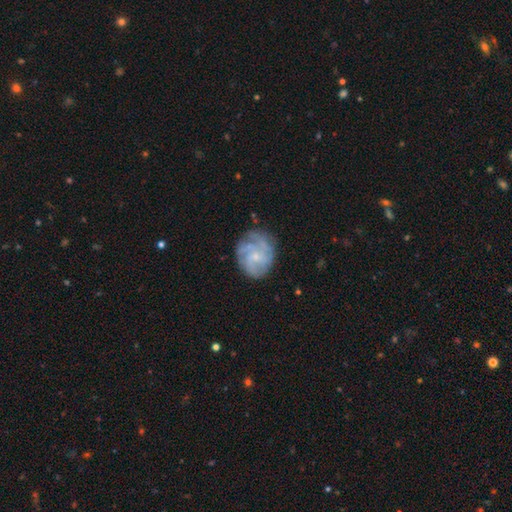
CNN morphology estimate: smooth-or-featured: featured or disk: 70% | smooth: 22% | star or artifact: 7%
  disk-edge-on: no: 98% | yes: 2%
    bar: no: 71% | weak: 26% | strong: 3%
    has-spiral-arms: yes: 88% | no: 12%
      spiral-winding: tight: 48% | medium: 38% | loose: 15%
      spiral-arm-count: can't tell: 35% | 4: 24% | 3: 20% | 2: 9% | more than 4: 7% | 1: 5%
    bulge-size: small: 69% | moderate: 20% | none: 9% | large: 1% | dominant: 1%
  merging: none: 68% | minor disturbance: 21% | major disturbance: 9% | merger: 2%